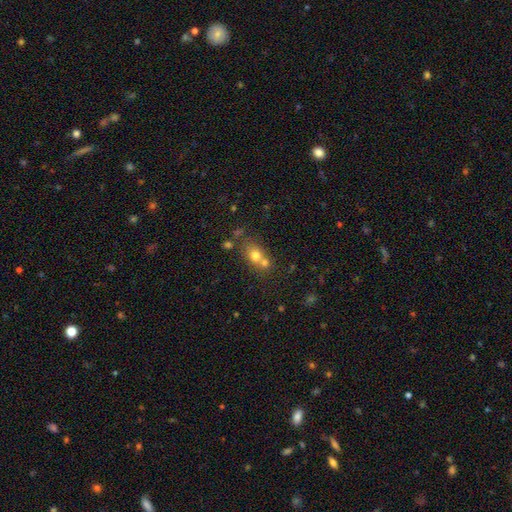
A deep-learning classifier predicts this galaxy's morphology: This appears to be a smooth galaxy with no disk features (68%) that is round (56%). Merging: merger (47%).